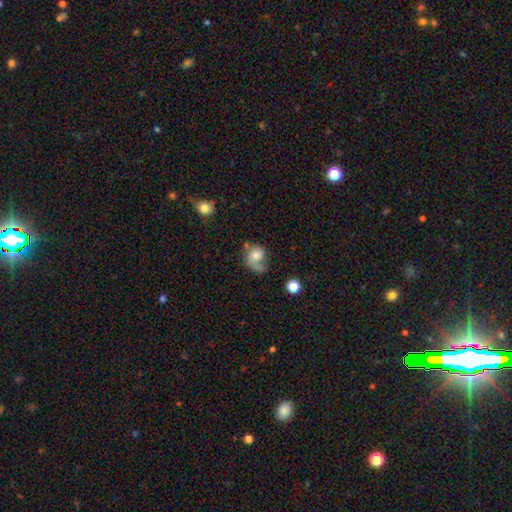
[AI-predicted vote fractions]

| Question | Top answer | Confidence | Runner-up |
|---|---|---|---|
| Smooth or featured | smooth | 48% | featured or disk (43%) |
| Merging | none | 34% | tied: major disturbance (34%) |